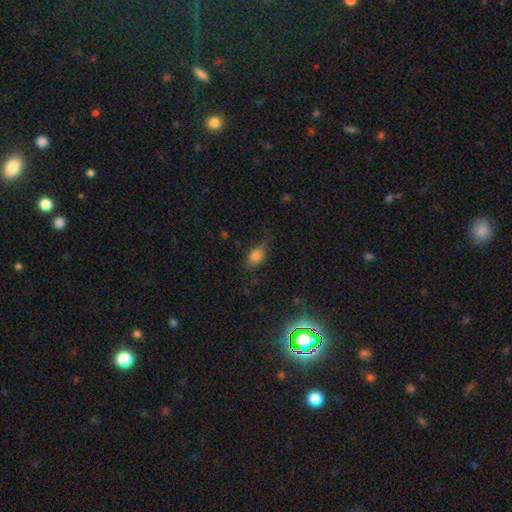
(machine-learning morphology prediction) Q: Smooth or featured?
A: smooth (77%); runner-up: star or artifact (12%)
Q: How rounded?
A: in between (82%); runner-up: round (14%)
Q: Merging?
A: none (61%); runner-up: minor disturbance (28%)